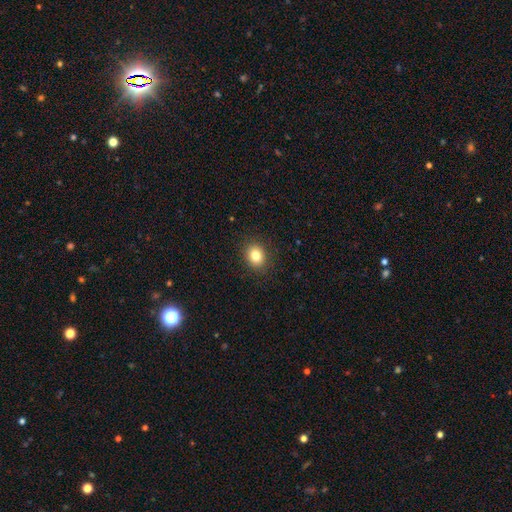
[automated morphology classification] Overall: smooth (82%). How rounded: round (56%; in between 43%). Merging: none (89%).